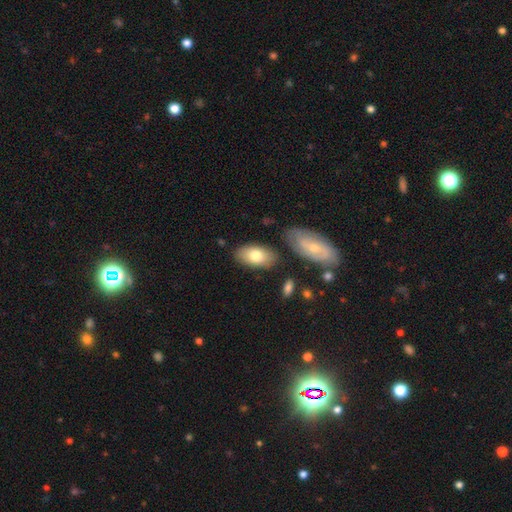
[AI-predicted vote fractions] Smooth or featured: smooth — 74% (featured or disk — 20%)
How rounded: in between — 93% (round — 4%)
Merging: none — 77% (minor disturbance — 14%)